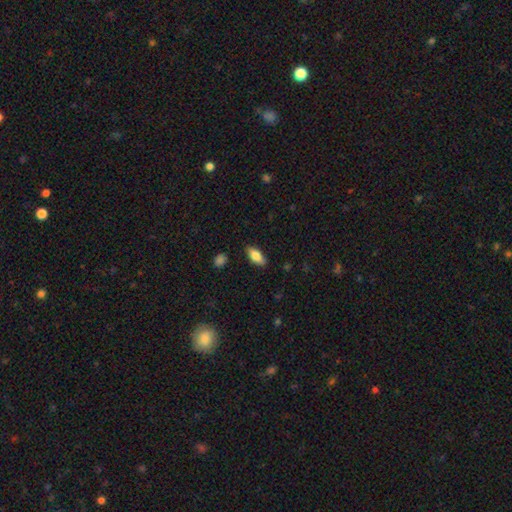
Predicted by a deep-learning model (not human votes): Overall: smooth (77%). How rounded: in between (83%). Merging: none (86%).